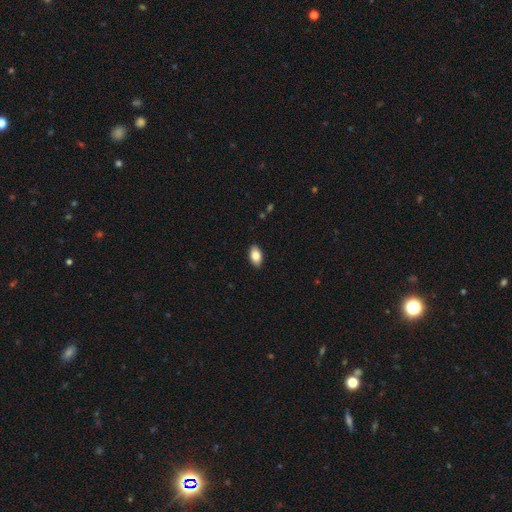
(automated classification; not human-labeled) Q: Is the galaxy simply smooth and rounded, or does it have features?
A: smooth — 84%.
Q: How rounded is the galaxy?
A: in between — 93%.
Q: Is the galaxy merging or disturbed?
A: none — 89%.